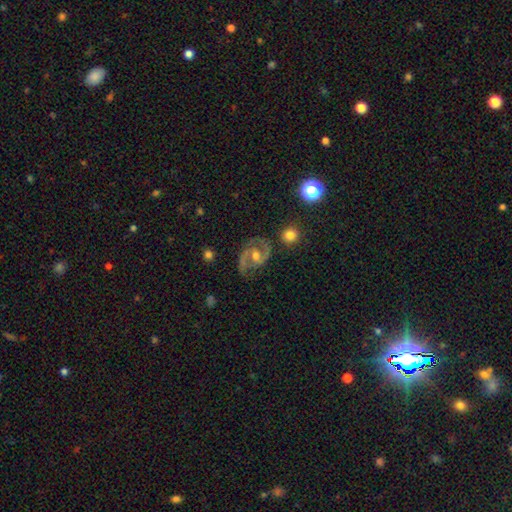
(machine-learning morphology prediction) A featured or disk galaxy (86%) with a weak bar (44%), 2 (91%) medium (59%) spiral arms (96%) and a moderate central bulge (65%). Merging: none (74%).